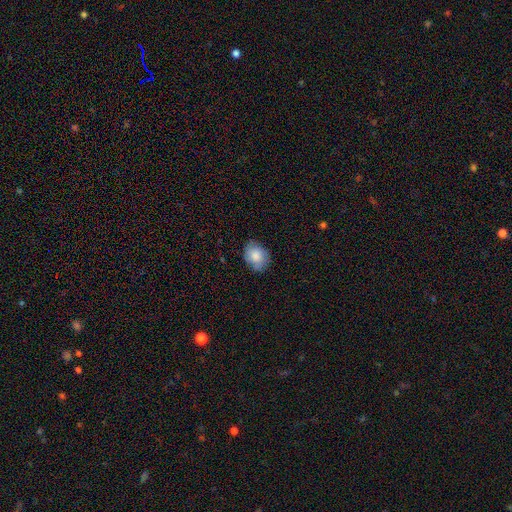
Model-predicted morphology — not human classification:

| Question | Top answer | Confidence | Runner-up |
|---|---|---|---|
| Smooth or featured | smooth | 82% | featured or disk (11%) |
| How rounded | in between | 59% | round (40%) |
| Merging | none | 77% | minor disturbance (19%) |